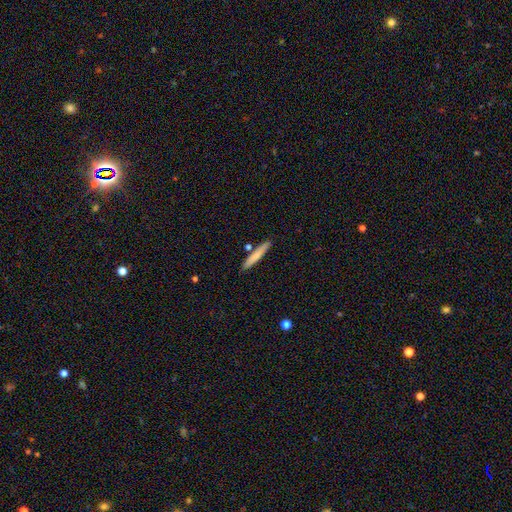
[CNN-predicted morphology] type=smooth (70%); roundness=cigar-shaped (94%); merging=none (85%).